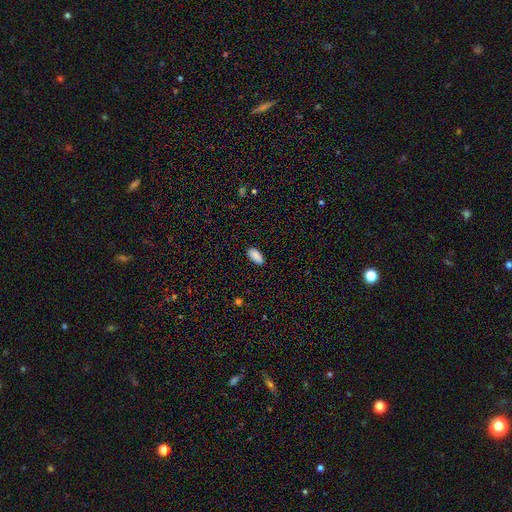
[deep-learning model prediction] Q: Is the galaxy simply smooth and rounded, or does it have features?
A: smooth — 89%.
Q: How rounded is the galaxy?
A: in between — 92%.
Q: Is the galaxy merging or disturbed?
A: none — 88%.